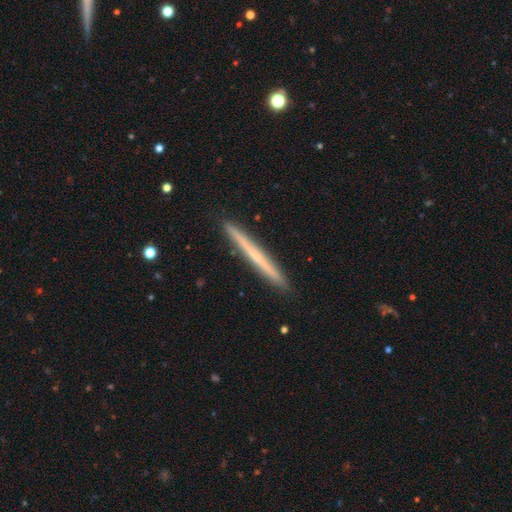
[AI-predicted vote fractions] A featured or disk galaxy (49%). Merging: none (92%).